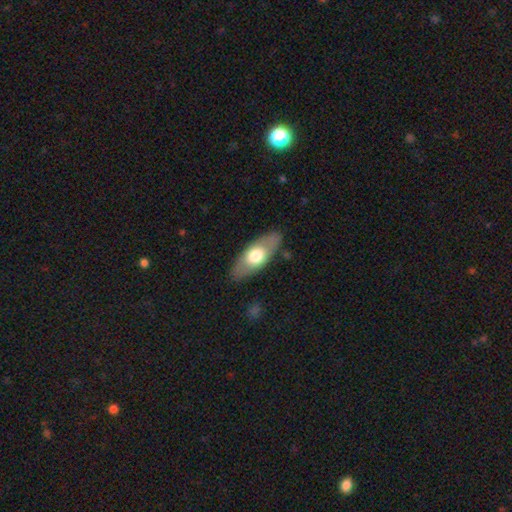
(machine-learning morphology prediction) smooth 57%, featured or disk 38%, star or artifact 5%. Down the decision tree: how rounded — in between (80%); merging — none (84%).